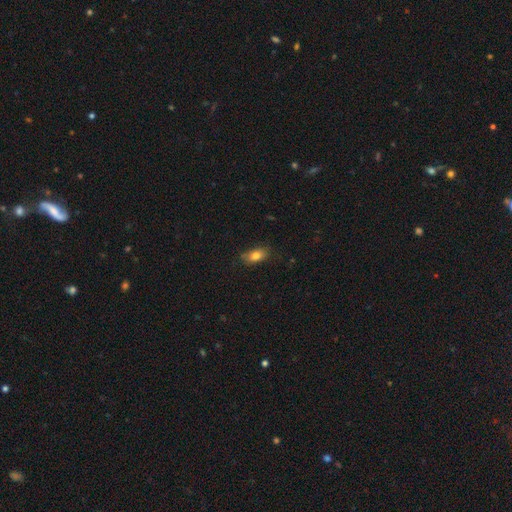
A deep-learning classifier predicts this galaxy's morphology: Smooth or featured?
  - smooth: 79% *
  - featured or disk: 13%
  - star or artifact: 9%
How rounded?
  - in between: 85% *
  - round: 8%
  - cigar-shaped: 7%
Merging?
  - none: 77% *
  - minor disturbance: 18%
  - major disturbance: 3%
  - merger: 1%